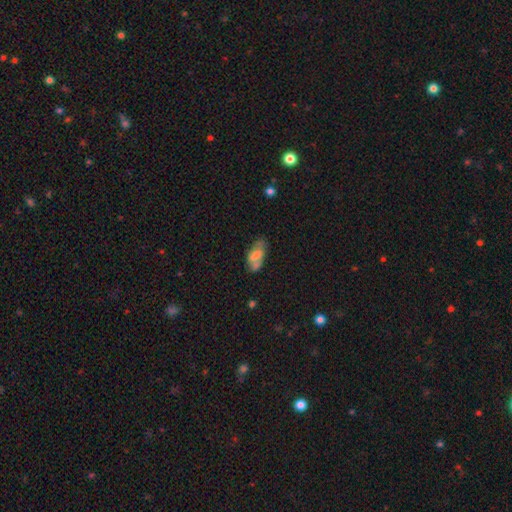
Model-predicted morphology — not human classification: Smooth or featured: smooth — 62% (featured or disk — 29%)
How rounded: in between — 87% (cigar-shaped — 10%)
Merging: none — 45% (minor disturbance — 27%)